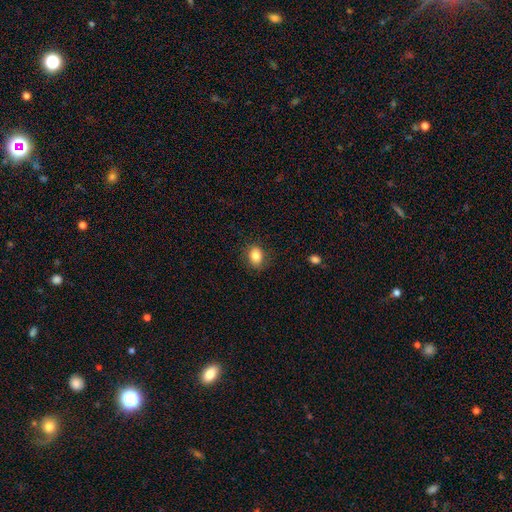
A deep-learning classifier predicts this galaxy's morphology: Smooth or featured: smooth — 85% (star or artifact — 9%)
How rounded: in between — 58% (round — 41%)
Merging: none — 84% (minor disturbance — 12%)